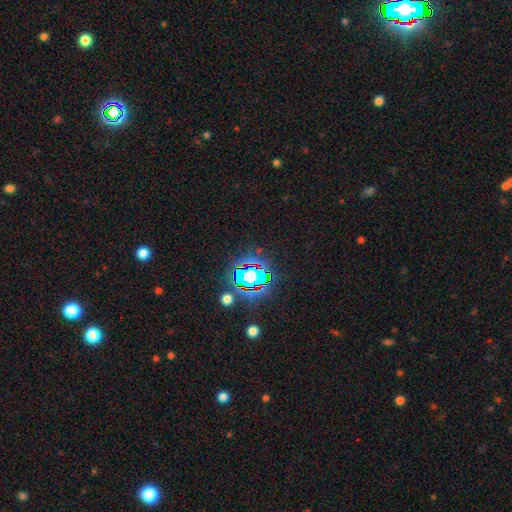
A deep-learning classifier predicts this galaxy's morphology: smooth-or-featured: star or artifact: 80% | smooth: 13% | featured or disk: 8%